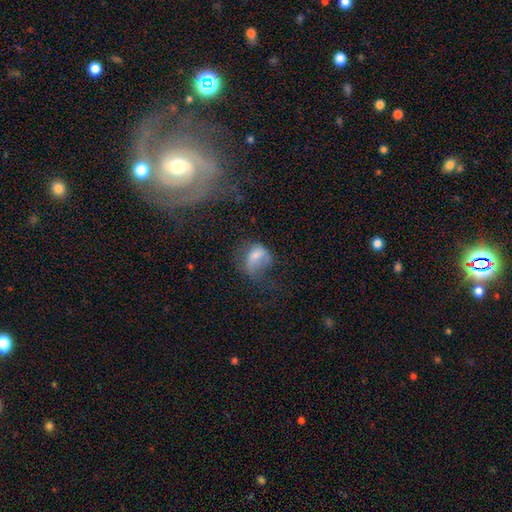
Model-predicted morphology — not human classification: The model was most divided on "merging": major disturbance: 46%, none: 27%, minor disturbance: 22%, merger: 5%. More confident: how rounded — in between (67%); smooth or featured — smooth (56%).